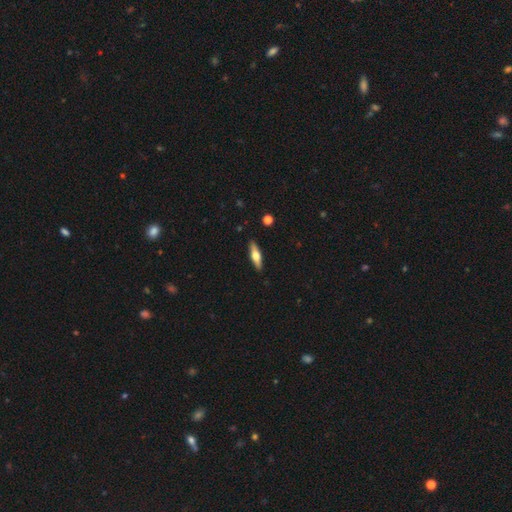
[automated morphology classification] A featured or disk galaxy (51%) viewed edge-on (93%).

Vote fractions:
- Smooth or featured? featured or disk: 51% / smooth: 44% / star or artifact: 6%
- Edge-on disk? yes: 93% / no: 7%
- Merging? none: 90% / minor disturbance: 7% / major disturbance: 2% / merger: 1%